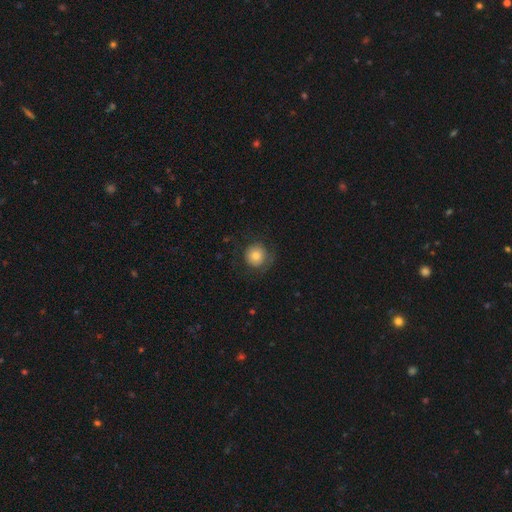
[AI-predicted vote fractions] Q: Smooth or featured?
A: smooth (76%); runner-up: featured or disk (15%)
Q: How rounded?
A: round (93%); runner-up: in between (6%)
Q: Merging?
A: none (73%); runner-up: minor disturbance (15%)